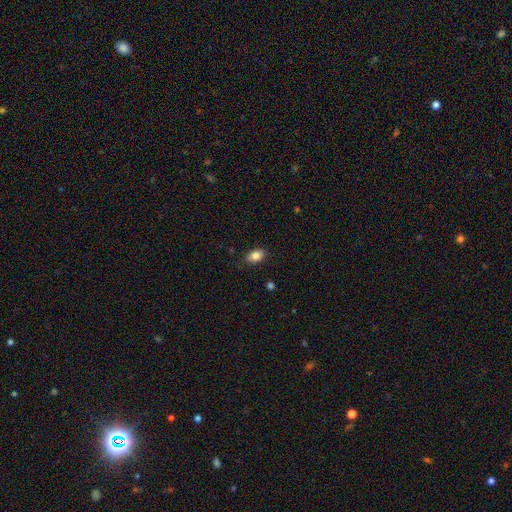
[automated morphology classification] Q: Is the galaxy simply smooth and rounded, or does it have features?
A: smooth — 83%.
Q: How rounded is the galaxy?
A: in between — 90%.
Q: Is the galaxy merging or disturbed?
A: none — 87%.